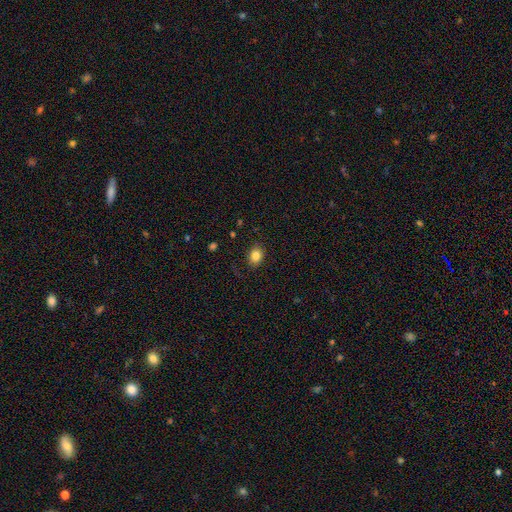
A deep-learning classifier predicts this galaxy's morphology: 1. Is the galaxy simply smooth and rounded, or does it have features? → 84% smooth, 10% star or artifact, 6% featured or disk.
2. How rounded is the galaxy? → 60% in between, 39% round, 1% cigar-shaped.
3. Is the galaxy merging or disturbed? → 83% none, 13% minor disturbance, 3% major disturbance, 1% merger.